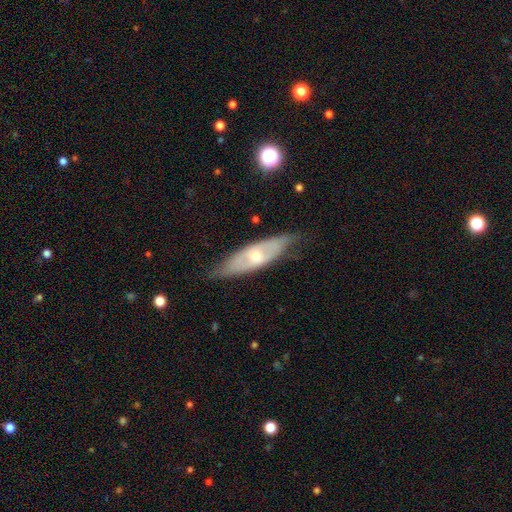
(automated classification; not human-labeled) featured or disk 55%, smooth 38%, star or artifact 6%. Down the decision tree: edge-on disk — no (58%); merging — none (73%).